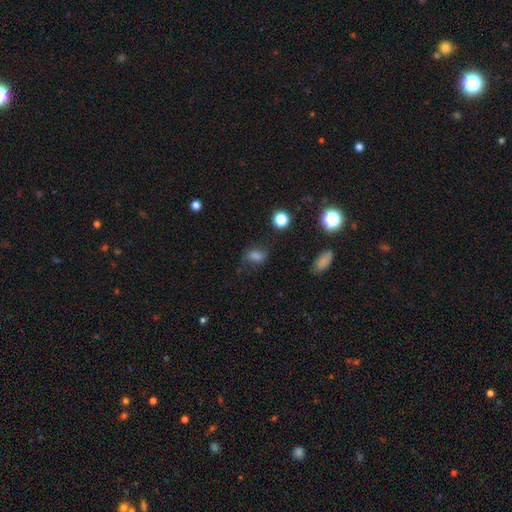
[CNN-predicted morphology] A smooth galaxy with no disk features (64%) that is in between round and cigar-shaped (72%).

Vote fractions:
- Smooth or featured? smooth: 64% / star or artifact: 18% / featured or disk: 18%
- How rounded? in between: 72% / round: 25% / cigar-shaped: 4%
- Merging? none: 53% / minor disturbance: 24% / major disturbance: 20% / merger: 3%